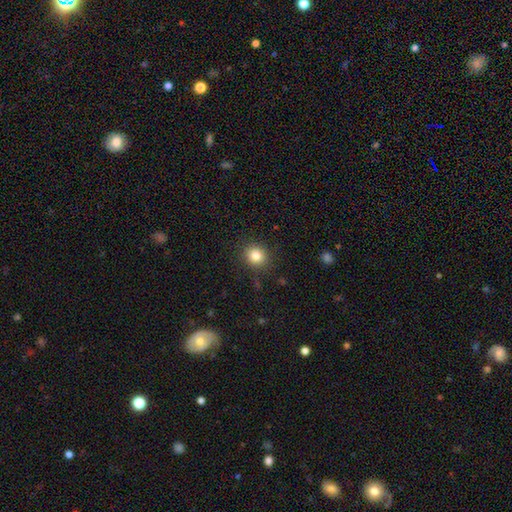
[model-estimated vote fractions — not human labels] A smooth galaxy with no disk features (83%) that is round (85%).

Vote fractions:
- Smooth or featured? smooth: 83% / star or artifact: 11% / featured or disk: 6%
- How rounded? round: 85% / in between: 14% / cigar-shaped: 1%
- Merging? none: 89% / minor disturbance: 8% / major disturbance: 3% / merger: 1%